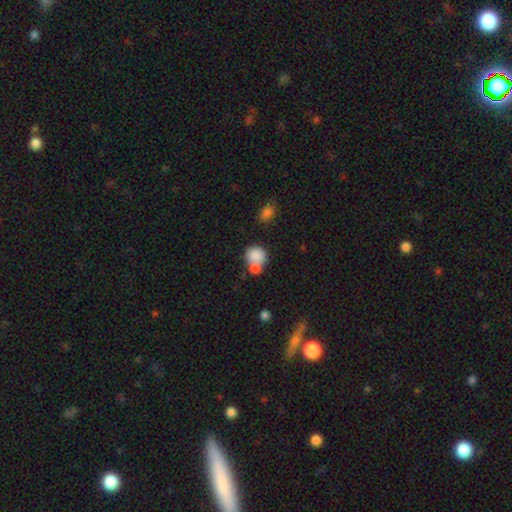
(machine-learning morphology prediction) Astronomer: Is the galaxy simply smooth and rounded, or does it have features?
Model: smooth — 82%.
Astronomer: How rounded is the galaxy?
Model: round — 79%.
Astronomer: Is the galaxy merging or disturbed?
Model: merger — 47% (runner-up: none, 38%).